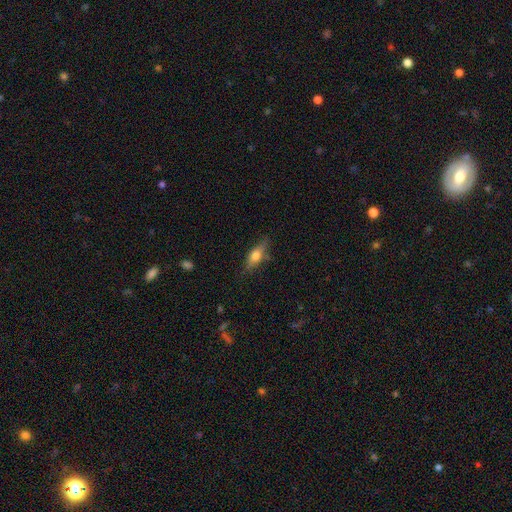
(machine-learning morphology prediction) Smooth or featured? smooth (54%)
How rounded? in between (53%)
Merging? none (75%)